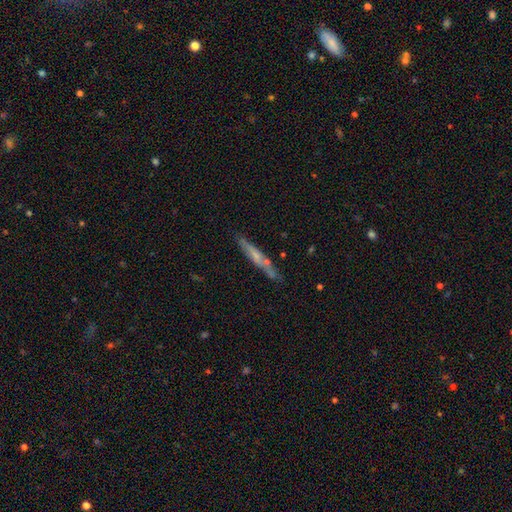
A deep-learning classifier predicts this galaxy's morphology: A featured or disk galaxy (53%) viewed edge-on (89%). Merging: none (79%).